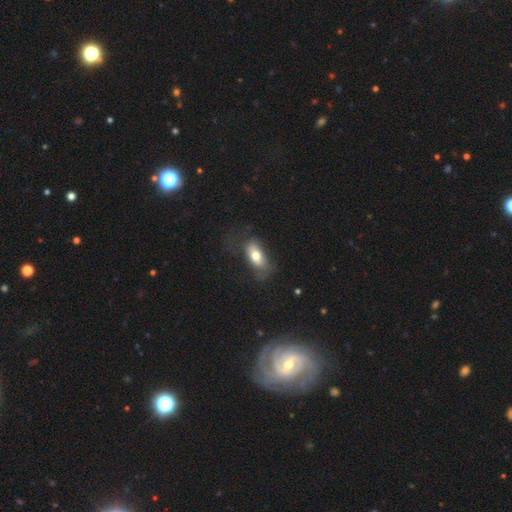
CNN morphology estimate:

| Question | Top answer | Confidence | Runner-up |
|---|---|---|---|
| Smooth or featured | smooth | 68% | featured or disk (24%) |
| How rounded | in between | 84% | cigar-shaped (11%) |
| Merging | none | 52% | minor disturbance (25%) |